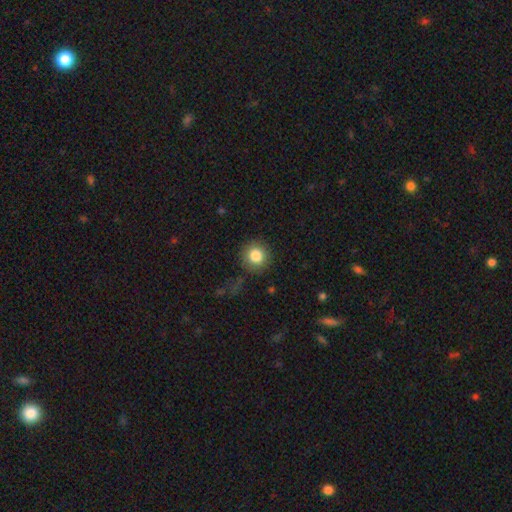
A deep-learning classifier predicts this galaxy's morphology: Smooth or featured: smooth — 84% (star or artifact — 9%)
How rounded: round — 93% (in between — 6%)
Merging: none — 85% (minor disturbance — 9%)